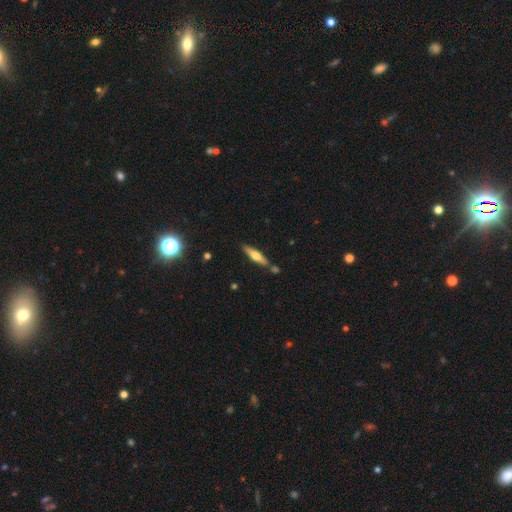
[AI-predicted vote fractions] The model was most divided on "smooth or featured": featured or disk: 52%, smooth: 41%, star or artifact: 6%. More confident: edge-on disk — yes (94%); merging — none (78%).